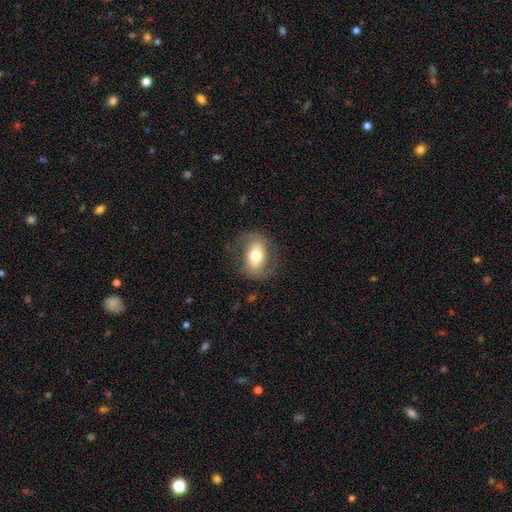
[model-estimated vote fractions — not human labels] featured or disk 47%, smooth 46%, star or artifact 7%. Down the decision tree: merging — none (72%).